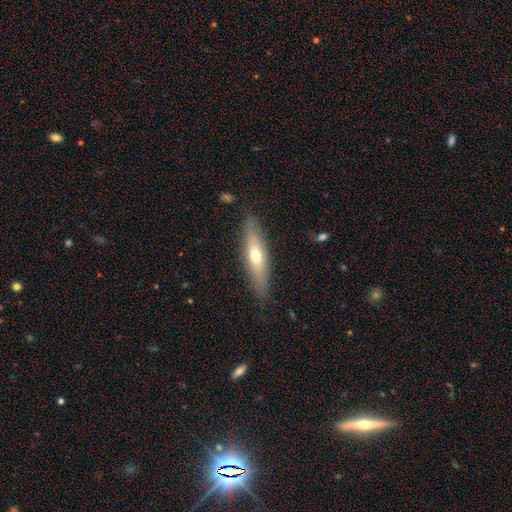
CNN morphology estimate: This appears to be a smooth galaxy with no disk features (54%) that is cigar-shaped (67%). Merging: none (86%).